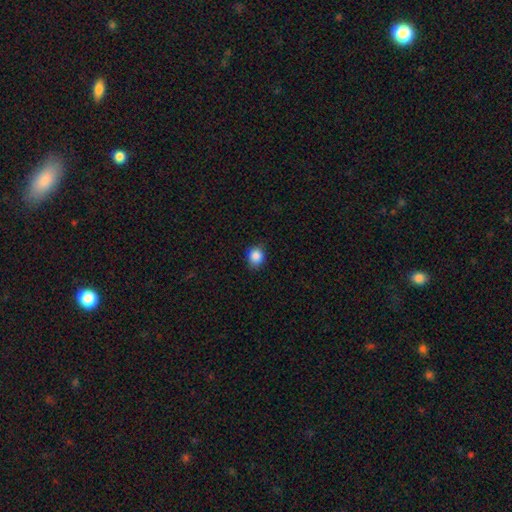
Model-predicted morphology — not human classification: This appears to be a smooth galaxy with no disk features (87%) that is round (77%). Merging: none (84%).